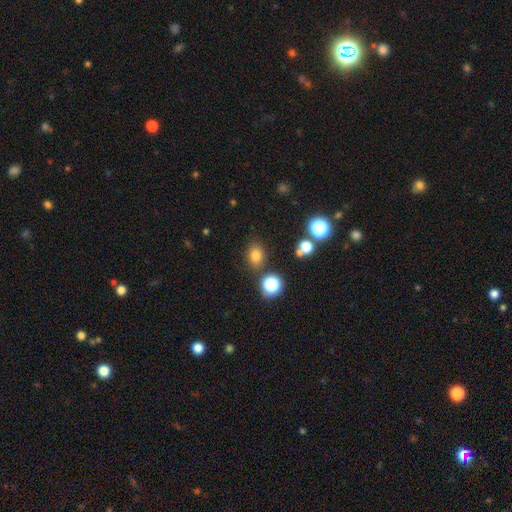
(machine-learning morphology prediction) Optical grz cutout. It shows a smooth galaxy with no disk features (76%) that is in between round and cigar-shaped (50%). Merging: none (81%).